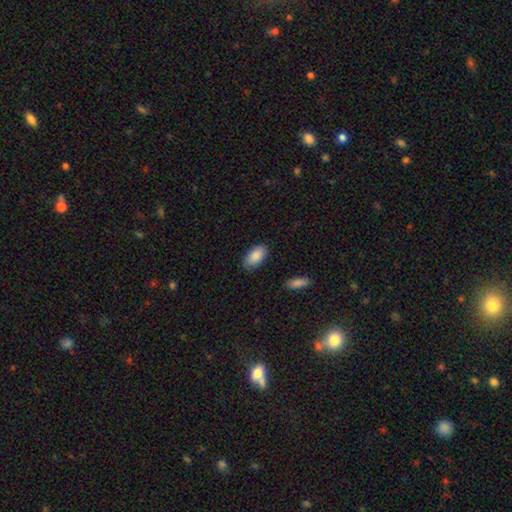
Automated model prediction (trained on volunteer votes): The model was most divided on "merging": none: 86%, minor disturbance: 10%, major disturbance: 2%, merger: 1%. More confident: how rounded — in between (94%); smooth or featured — smooth (89%).